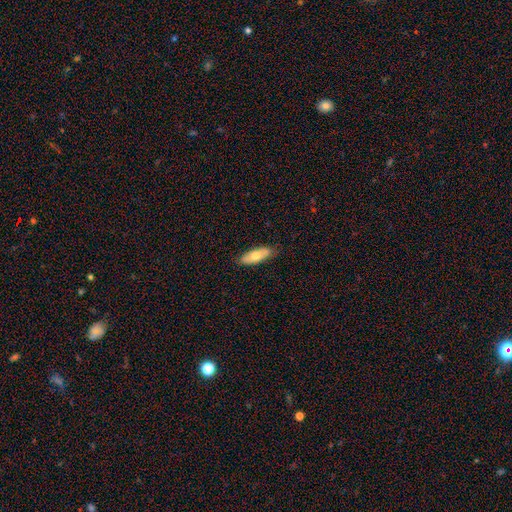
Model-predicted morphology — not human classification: Smooth or featured? Predicted: smooth (p=0.67). How rounded? Predicted: in between (p=0.69). Merging? Predicted: none (p=0.85).